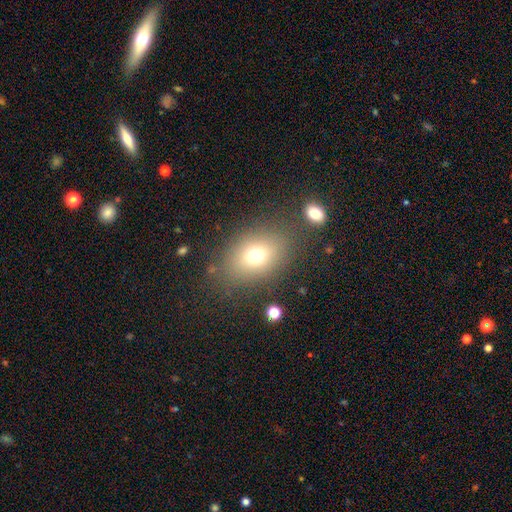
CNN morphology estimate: A smooth galaxy with no disk features (72%) that is in between round and cigar-shaped (63%).

Vote fractions:
- Smooth or featured? smooth: 72% / star or artifact: 15% / featured or disk: 13%
- How rounded? in between: 63% / round: 35% / cigar-shaped: 1%
- Merging? none: 77% / minor disturbance: 12% / major disturbance: 6% / merger: 5%